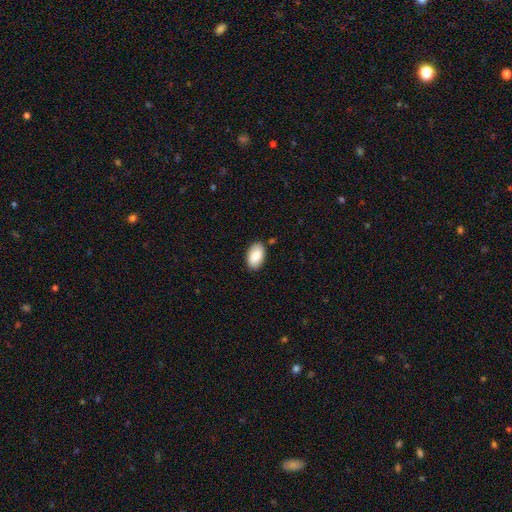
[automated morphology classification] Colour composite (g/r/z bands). It shows a smooth galaxy with no disk features (87%) that is in between round and cigar-shaped (94%). Merging: none (87%).